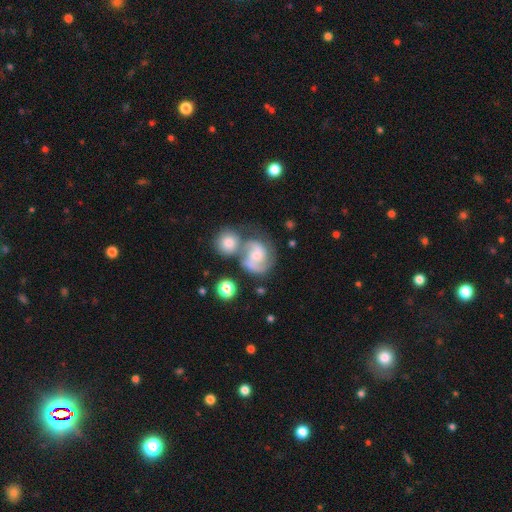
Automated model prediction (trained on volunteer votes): smooth_or_featured: featured or disk (p=0.77) [alt: smooth p=0.16]
disk_edge_on: no (p=0.98) [alt: yes p=0.02]
bar: no (p=0.53) [alt: weak p=0.39]
has_spiral_arms: yes (p=0.95) [alt: no p=0.05]
spiral_winding: medium (p=0.53) [alt: tight p=0.28]
spiral_arm_count: 2 (p=0.76) [alt: can't tell p=0.08]
bulge_size: small (p=0.48) [alt: moderate p=0.39]
merging: none (p=0.41) [alt: merger p=0.34]